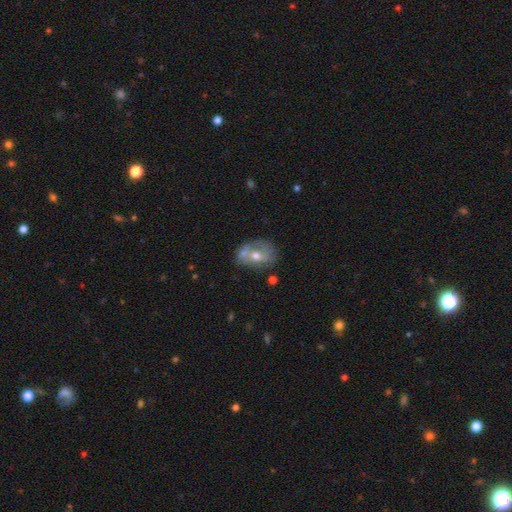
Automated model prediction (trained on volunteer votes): Smooth or featured: smooth — 48% (featured or disk — 43%)
Merging: none — 39% (merger — 29%)